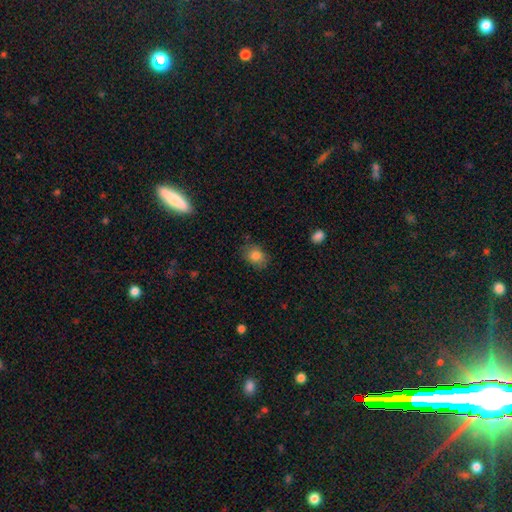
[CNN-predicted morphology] A smooth galaxy with no disk features (83%) that is in between round and cigar-shaped (58%).

Vote fractions:
- Smooth or featured? smooth: 83% / star or artifact: 9% / featured or disk: 7%
- How rounded? in between: 58% / round: 41% / cigar-shaped: 1%
- Merging? none: 77% / minor disturbance: 17% / major disturbance: 4% / merger: 1%